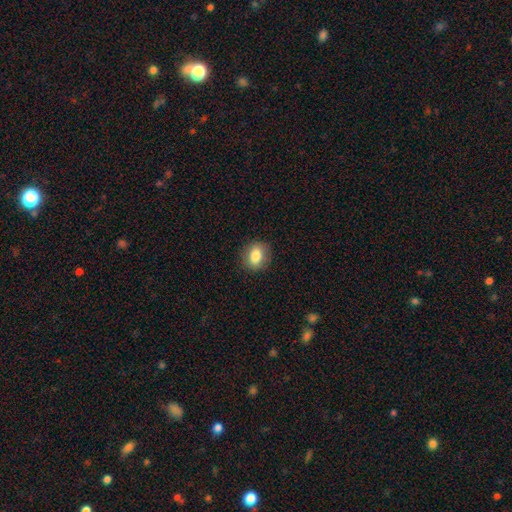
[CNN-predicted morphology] smooth_or_featured: smooth (p=0.83) [alt: star or artifact p=0.09]
how_rounded: round (p=0.52) [alt: in between p=0.47]
merging: none (p=0.87) [alt: minor disturbance p=0.10]